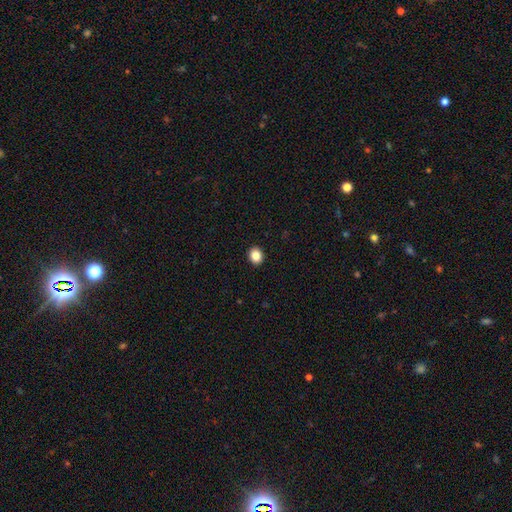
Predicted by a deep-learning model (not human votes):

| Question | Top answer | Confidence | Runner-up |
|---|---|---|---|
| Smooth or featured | smooth | 86% | star or artifact (10%) |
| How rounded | round | 69% | in between (31%) |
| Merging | none | 93% | minor disturbance (5%) |